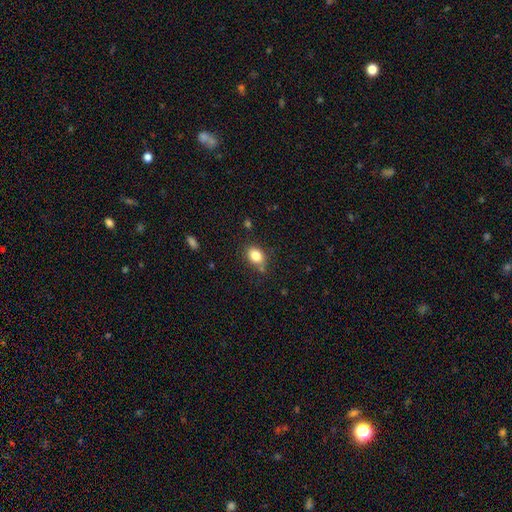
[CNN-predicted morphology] Smooth or featured? smooth (84%)
How rounded? in between (72%)
Merging? none (76%)